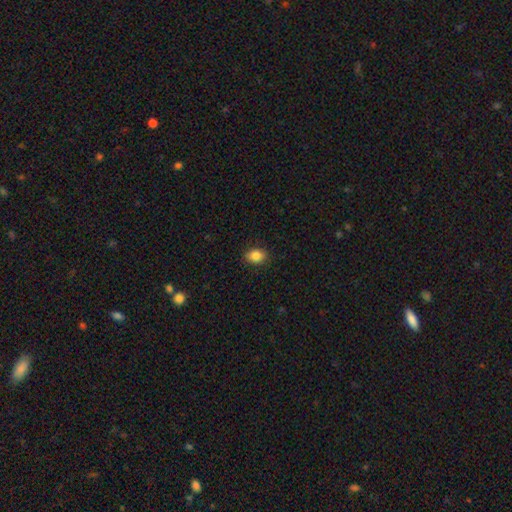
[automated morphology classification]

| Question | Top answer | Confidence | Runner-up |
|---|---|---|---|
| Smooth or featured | smooth | 86% | star or artifact (9%) |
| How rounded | in between | 67% | round (31%) |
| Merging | none | 88% | minor disturbance (9%) |